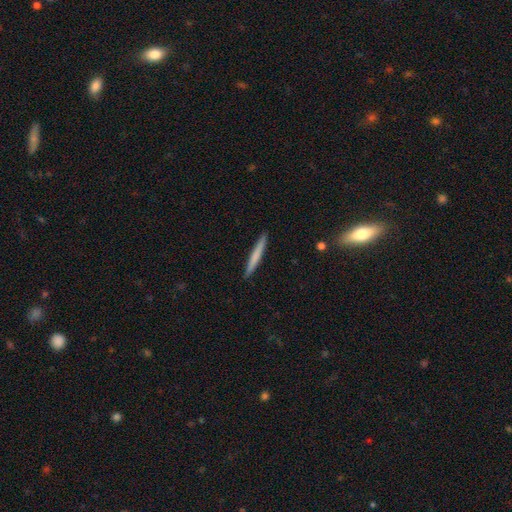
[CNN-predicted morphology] This appears to be a smooth galaxy with no disk features (66%) that is cigar-shaped (97%). Merging: none (92%).